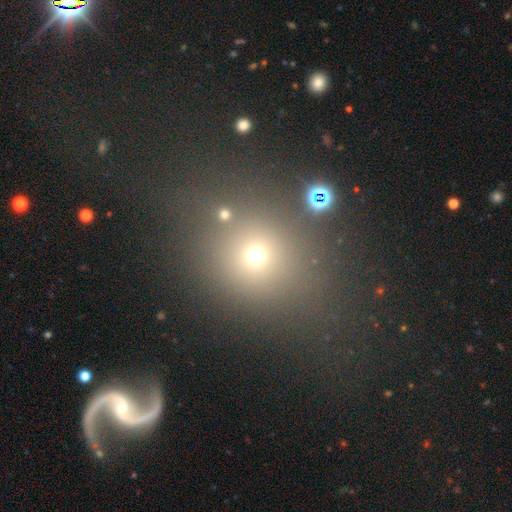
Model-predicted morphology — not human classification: Smooth or featured: smooth — 63% (star or artifact — 26%)
How rounded: round — 74% (in between — 25%)
Merging: none — 74% (minor disturbance — 12%)